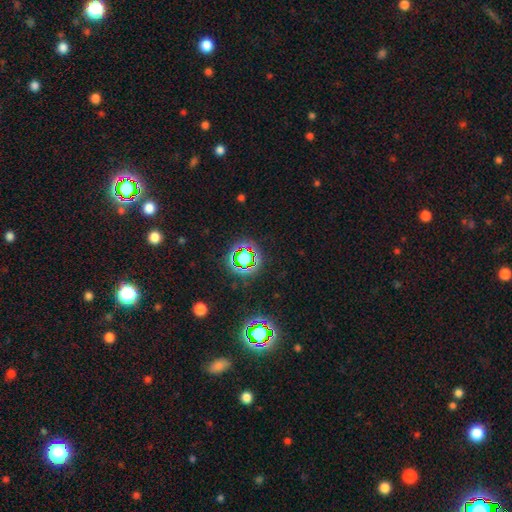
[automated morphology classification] Smooth or featured? star or artifact (75%)